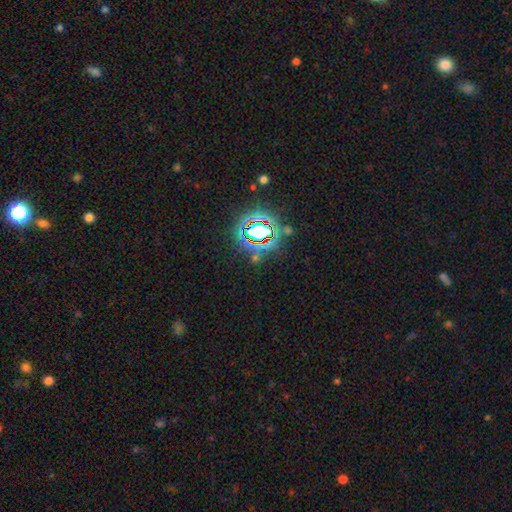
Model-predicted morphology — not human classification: Q: Smooth or featured?
A: star or artifact (78%); runner-up: smooth (14%)